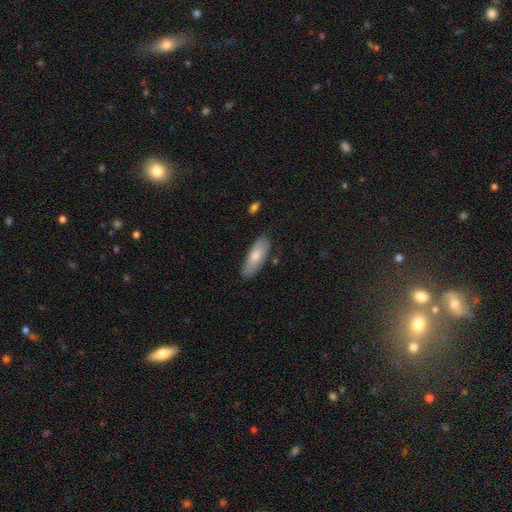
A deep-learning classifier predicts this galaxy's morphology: smooth-or-featured: smooth: 74% | featured or disk: 21% | star or artifact: 6%
  how-rounded: in between: 67% | cigar-shaped: 31% | round: 2%
  merging: none: 77% | minor disturbance: 17% | major disturbance: 3% | merger: 2%